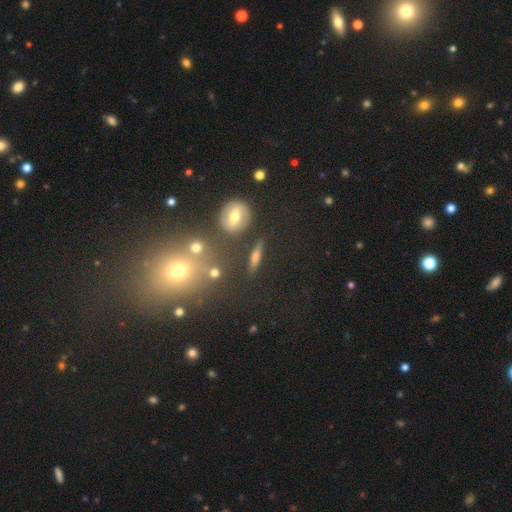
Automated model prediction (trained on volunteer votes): Smooth or featured: smooth — 50% (featured or disk — 37%)
Merging: none — 84% (minor disturbance — 9%)